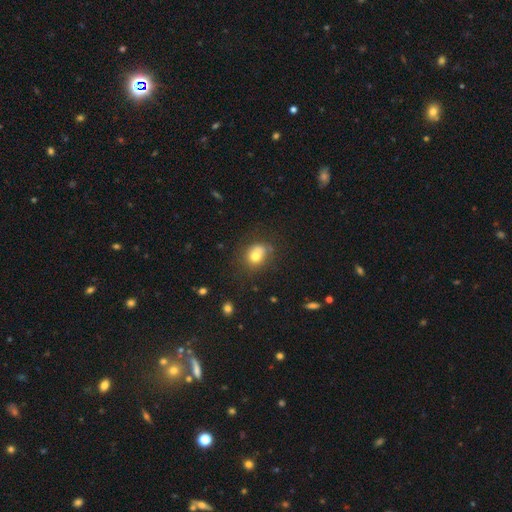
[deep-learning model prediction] A smooth galaxy with no disk features (72%) that is round (59%).

Vote fractions:
- Smooth or featured? smooth: 72% / featured or disk: 16% / star or artifact: 12%
- How rounded? round: 59% / in between: 40% / cigar-shaped: 1%
- Merging? none: 59% / minor disturbance: 22% / major disturbance: 11% / merger: 8%